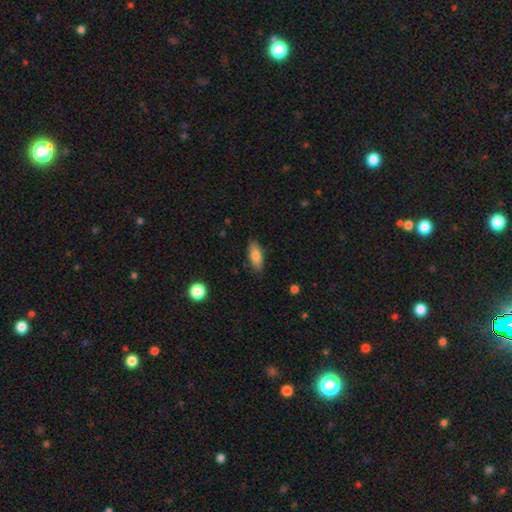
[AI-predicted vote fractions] A smooth galaxy with no disk features (80%) that is in between round and cigar-shaped (71%).

Vote fractions:
- Smooth or featured? smooth: 80% / featured or disk: 13% / star or artifact: 7%
- How rounded? in between: 71% / cigar-shaped: 27% / round: 3%
- Merging? none: 85% / minor disturbance: 12% / major disturbance: 2% / merger: 1%